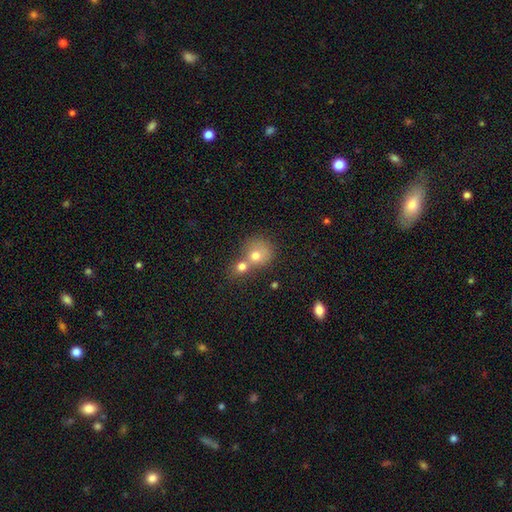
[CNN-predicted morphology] smooth 69%, featured or disk 16%, star or artifact 14%. Down the decision tree: how rounded — round (78%); merging — merger (59%).